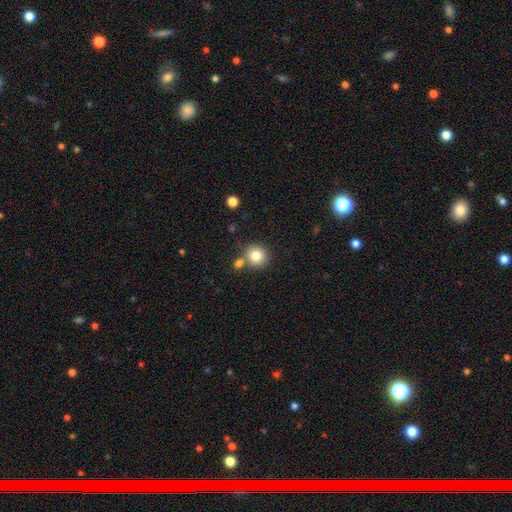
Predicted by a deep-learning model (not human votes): Smooth or featured?
  - smooth: 81% *
  - star or artifact: 11%
  - featured or disk: 8%
How rounded?
  - round: 91% *
  - in between: 8%
  - cigar-shaped: 1%
Merging?
  - none: 72% *
  - merger: 17%
  - minor disturbance: 9%
  - major disturbance: 3%